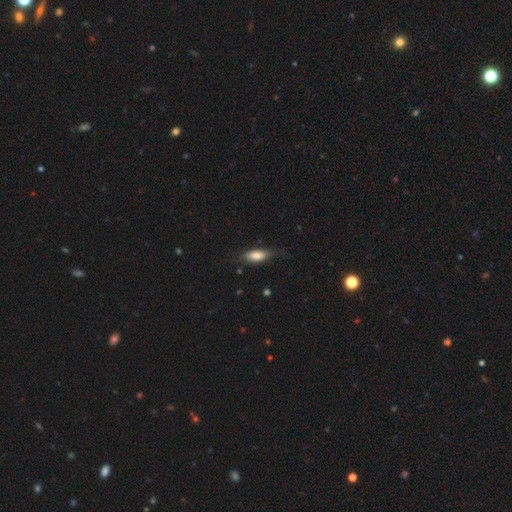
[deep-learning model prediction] A smooth galaxy with no disk features (80%) that is in between round and cigar-shaped (73%).

Vote fractions:
- Smooth or featured? smooth: 80% / featured or disk: 13% / star or artifact: 7%
- How rounded? in between: 73% / cigar-shaped: 25% / round: 2%
- Merging? none: 71% / minor disturbance: 22% / major disturbance: 6% / merger: 1%